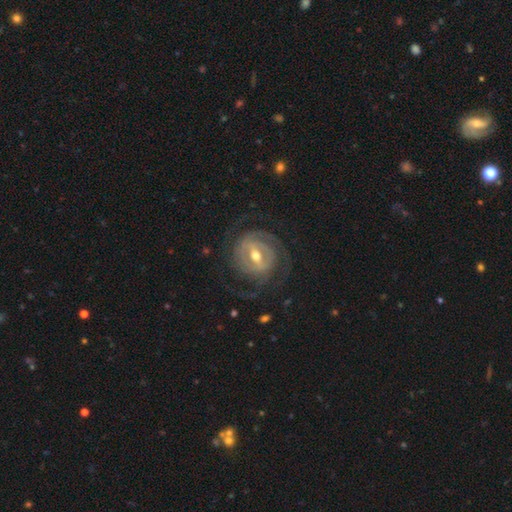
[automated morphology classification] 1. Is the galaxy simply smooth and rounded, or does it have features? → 86% featured or disk, 8% smooth, 5% star or artifact.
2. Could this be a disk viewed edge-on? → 96% no, 4% yes.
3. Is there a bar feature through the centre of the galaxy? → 48% strong, 39% weak, 13% no.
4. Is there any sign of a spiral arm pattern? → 89% yes, 11% no.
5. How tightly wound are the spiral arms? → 60% tight, 29% medium, 11% loose.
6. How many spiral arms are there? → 38% 2, 26% can't tell, 18% 3, 7% 4, 6% 1, 5% more than 4.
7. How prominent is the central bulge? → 70% moderate, 24% small, 4% large, 1% none, 1% dominant.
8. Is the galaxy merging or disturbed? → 73% none, 13% minor disturbance, 12% major disturbance, 1% merger.